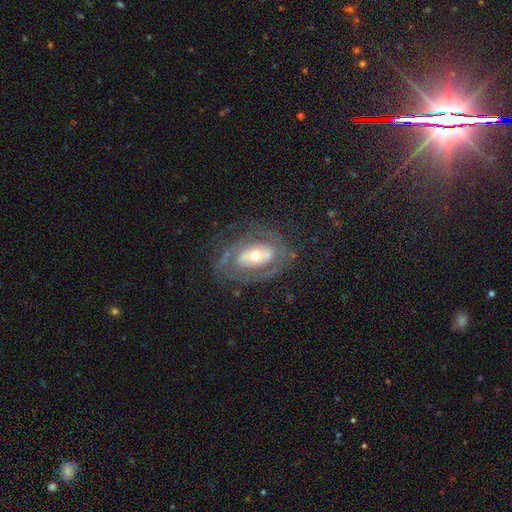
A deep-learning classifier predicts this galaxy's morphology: Smooth or featured?
  - featured or disk: 76% *
  - smooth: 18%
  - star or artifact: 6%
Edge-on disk?
  - no: 94% *
  - yes: 6%
Bar?
  - no: 64% *
  - weak: 23%
  - strong: 13%
Spiral arms?
  - yes: 61% *
  - no: 39%
Bulge size?
  - moderate: 61% *
  - small: 29%
  - large: 8%
  - dominant: 1%
  - none: 1%
Merging?
  - none: 65% *
  - minor disturbance: 18%
  - major disturbance: 15%
  - merger: 2%